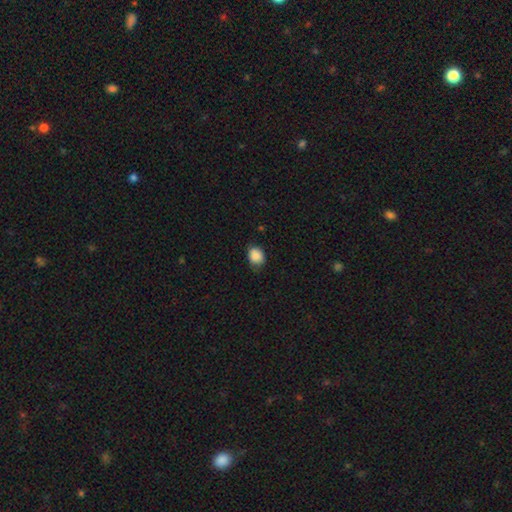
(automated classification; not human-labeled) Q: Smooth or featured?
A: smooth (87%); runner-up: star or artifact (8%)
Q: How rounded?
A: round (53%); runner-up: in between (46%)
Q: Merging?
A: none (69%); runner-up: minor disturbance (26%)